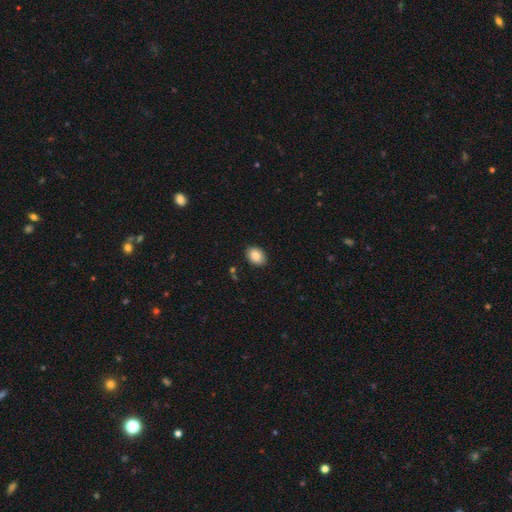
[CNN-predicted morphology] Overall: smooth (87%). How rounded: in between (73%). Merging: none (88%).